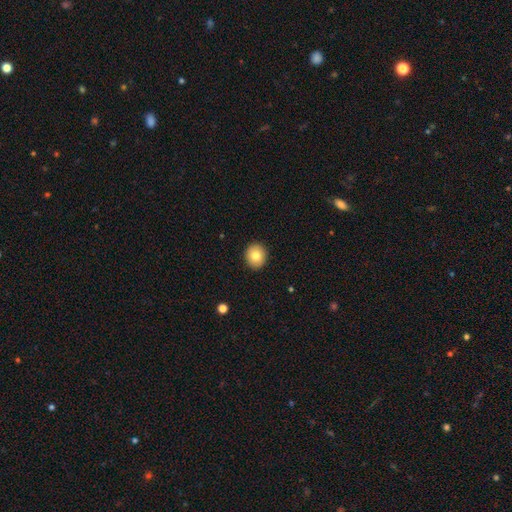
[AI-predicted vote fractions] A smooth galaxy with no disk features (80%) that is round (82%). Merging: none (91%).